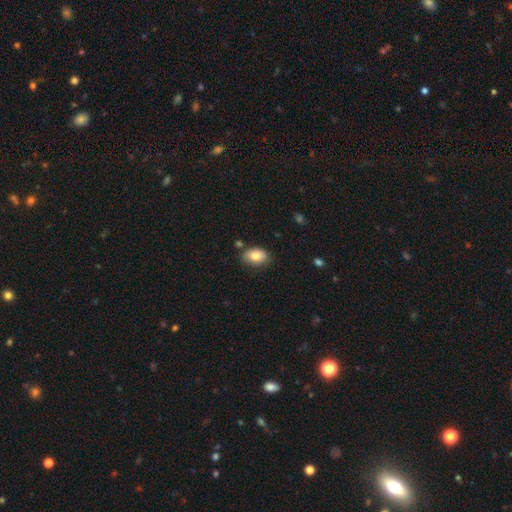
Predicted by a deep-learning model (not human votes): smooth_or_featured: smooth (p=0.82) [alt: featured or disk p=0.10]
how_rounded: in between (p=0.87) [alt: round p=0.12]
merging: none (p=0.72) [alt: minor disturbance p=0.21]